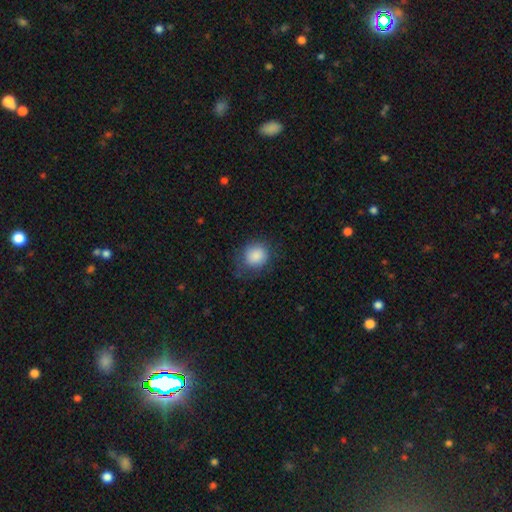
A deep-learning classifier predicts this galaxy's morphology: type=smooth (87%); roundness=round (73%); merging=none (67%).